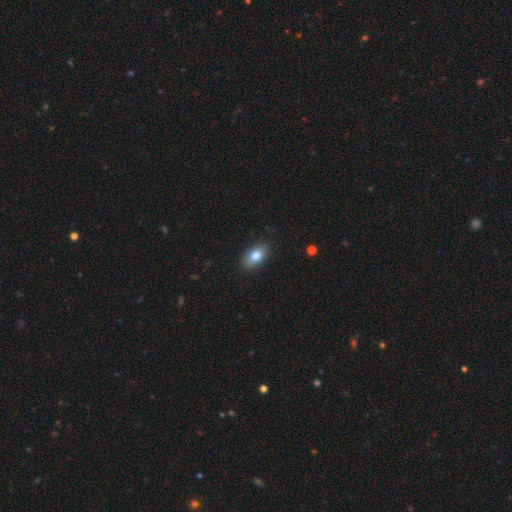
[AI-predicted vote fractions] smooth 81%, featured or disk 11%, star or artifact 8%. Down the decision tree: how rounded — in between (90%); merging — none (86%).